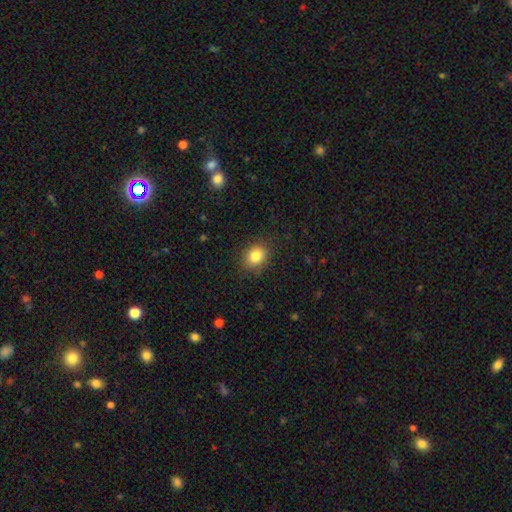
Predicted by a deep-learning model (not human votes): smooth_or_featured: smooth (p=0.84) [alt: star or artifact p=0.10]
how_rounded: round (p=0.50) [alt: in between p=0.49]
merging: none (p=0.85) [alt: minor disturbance p=0.10]